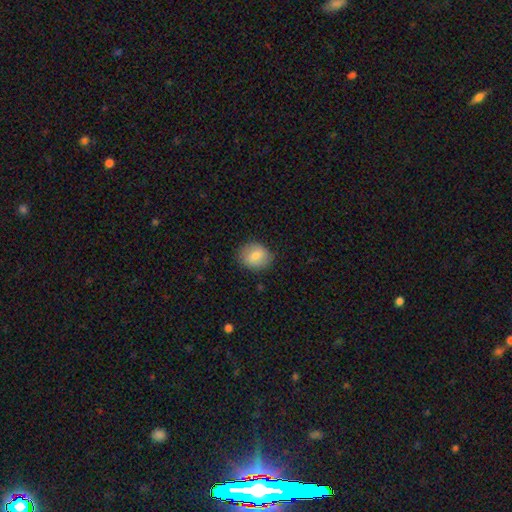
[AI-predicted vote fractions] Smooth or featured? Predicted: smooth (p=0.76). How rounded? Predicted: round (p=0.64). Merging? Predicted: none (p=0.83).